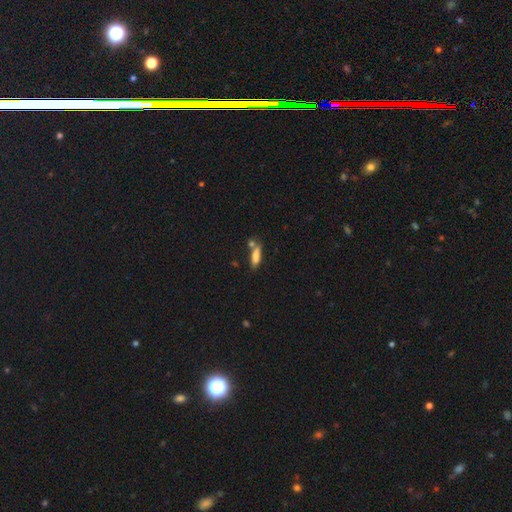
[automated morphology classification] This is likely a smooth galaxy (75%). How rounded: possibly cigar-shaped (57%). Merging: possibly none (54%).